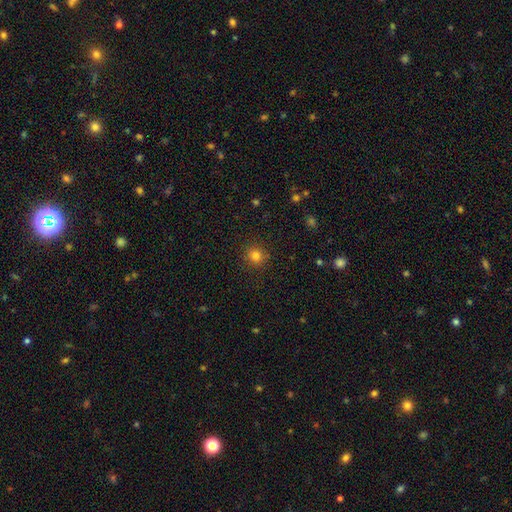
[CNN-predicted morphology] Smooth or featured?
  - smooth: 81% *
  - star or artifact: 14%
  - featured or disk: 5%
How rounded?
  - round: 92% *
  - in between: 7%
  - cigar-shaped: 1%
Merging?
  - none: 90% *
  - minor disturbance: 7%
  - major disturbance: 2%
  - merger: 1%